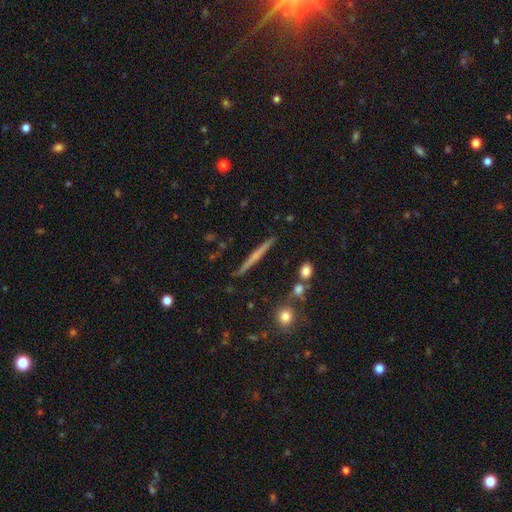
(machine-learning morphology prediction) Smooth or featured? Predicted: featured or disk (p=0.53). Edge-on disk? Predicted: yes (p=0.97). Edge-on bulge? Predicted: none (p=0.74). Merging? Predicted: none (p=0.88).